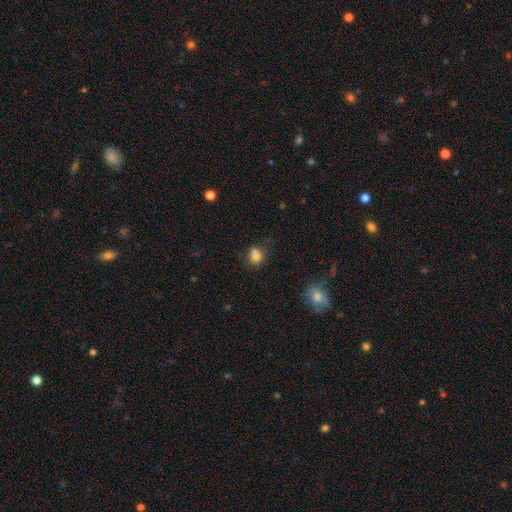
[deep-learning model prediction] This appears to be a smooth galaxy with no disk features (76%) that is round (67%). Merging: none (47%).